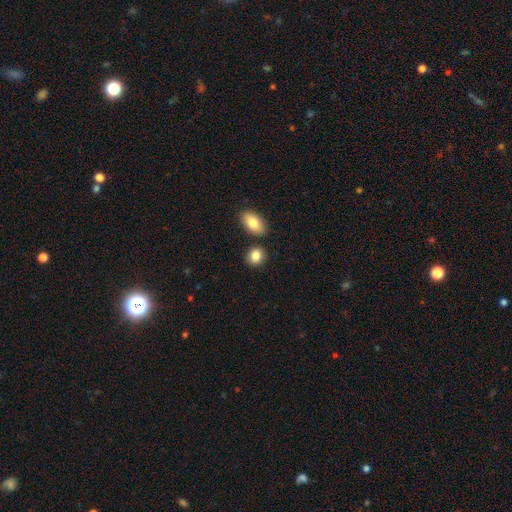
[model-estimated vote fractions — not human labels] A smooth galaxy with no disk features (84%) that is in between round and cigar-shaped (53%).

Vote fractions:
- Smooth or featured? smooth: 84% / star or artifact: 8% / featured or disk: 7%
- How rounded? in between: 53% / round: 45% / cigar-shaped: 2%
- Merging? none: 79% / minor disturbance: 10% / merger: 9% / major disturbance: 3%